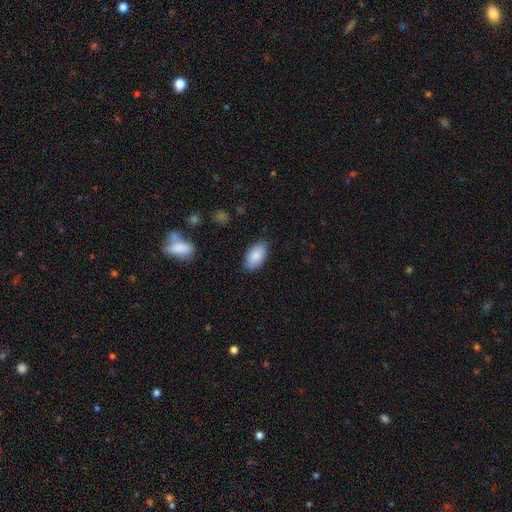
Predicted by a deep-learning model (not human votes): smooth_or_featured: smooth (p=0.87) [alt: featured or disk p=0.07]
how_rounded: in between (p=0.94) [alt: round p=0.04]
merging: none (p=0.82) [alt: minor disturbance p=0.14]